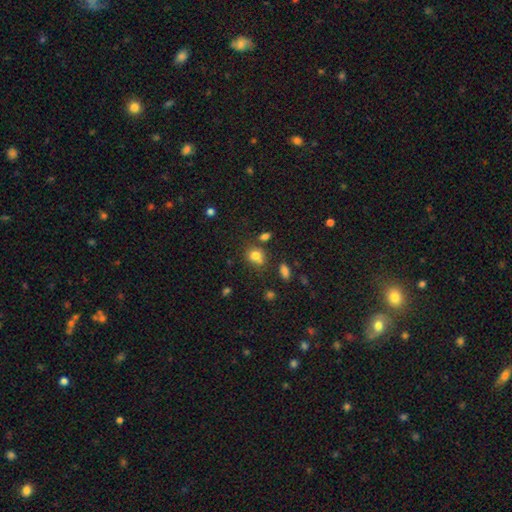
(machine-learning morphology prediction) type=smooth (78%); roundness=round (61%); merging=none (59%).